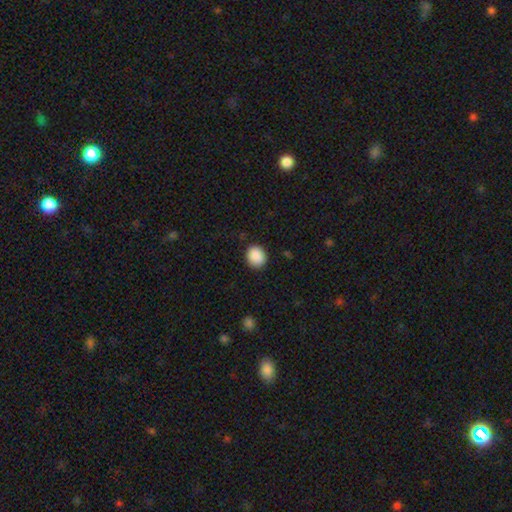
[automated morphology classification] A smooth galaxy with no disk features (89%) that is round (80%).

Vote fractions:
- Smooth or featured? smooth: 89% / star or artifact: 8% / featured or disk: 3%
- How rounded? round: 80% / in between: 19% / cigar-shaped: 1%
- Merging? none: 89% / minor disturbance: 8% / major disturbance: 2% / merger: 1%